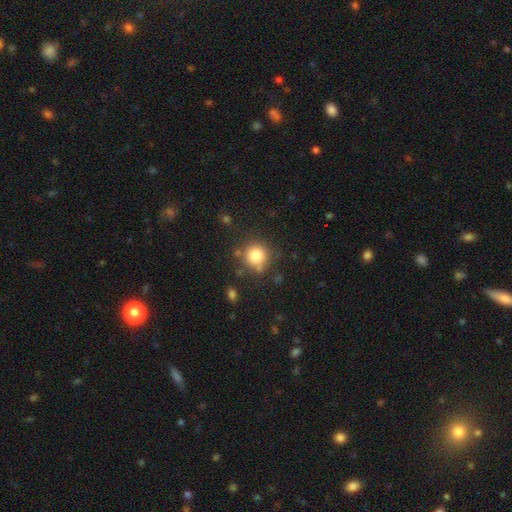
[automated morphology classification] A smooth galaxy with no disk features (82%) that is round (91%). Merging: none (76%).